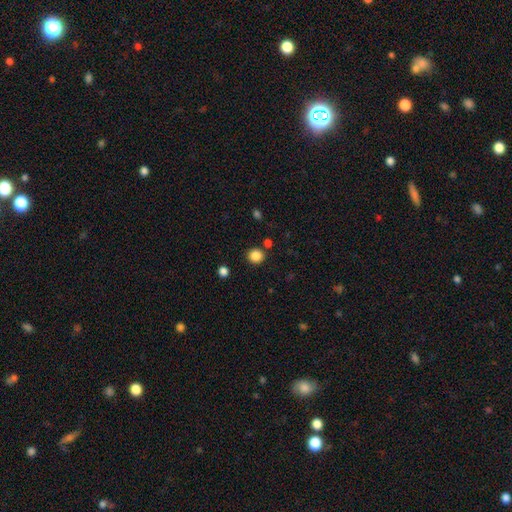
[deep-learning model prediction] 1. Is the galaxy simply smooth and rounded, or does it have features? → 86% smooth, 11% star or artifact, 3% featured or disk.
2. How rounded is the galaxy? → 88% round, 11% in between, 1% cigar-shaped.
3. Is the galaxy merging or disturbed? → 85% none, 8% minor disturbance, 5% merger, 3% major disturbance.